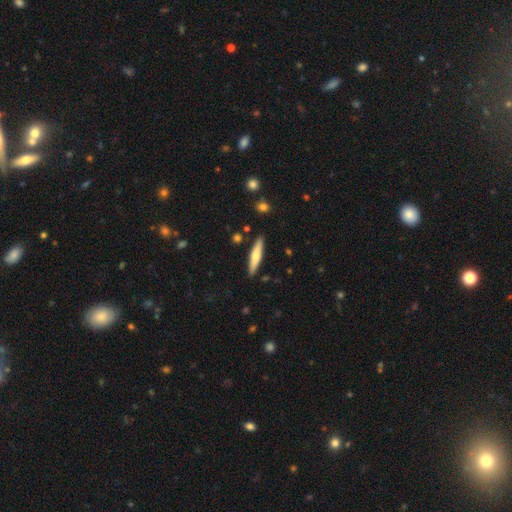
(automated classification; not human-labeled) smooth-or-featured: smooth: 62% | featured or disk: 32% | star or artifact: 6%
  how-rounded: cigar-shaped: 85% | in between: 14% | round: 1%
  merging: none: 89% | minor disturbance: 8% | merger: 2% | major disturbance: 2%